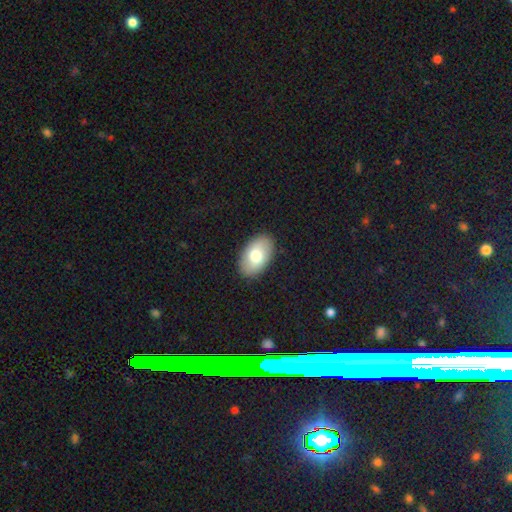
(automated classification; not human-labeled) Smooth or featured?
  - smooth: 76% *
  - featured or disk: 18%
  - star or artifact: 7%
How rounded?
  - in between: 93% *
  - round: 6%
  - cigar-shaped: 1%
Merging?
  - none: 89% *
  - minor disturbance: 8%
  - major disturbance: 2%
  - merger: 1%